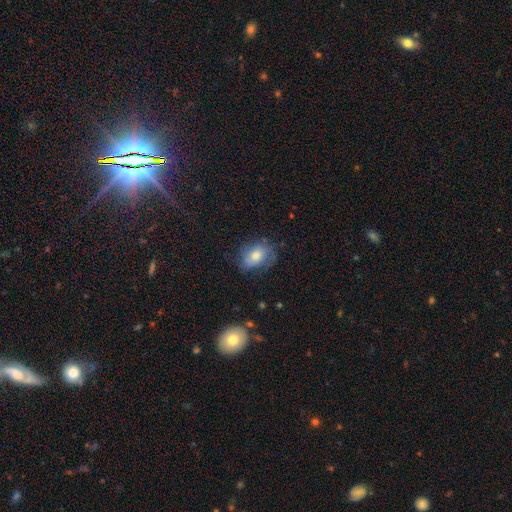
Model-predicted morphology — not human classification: Smooth or featured? Predicted: smooth (p=0.60). How rounded? Predicted: in between (p=0.65). Merging? Predicted: none (p=0.61).